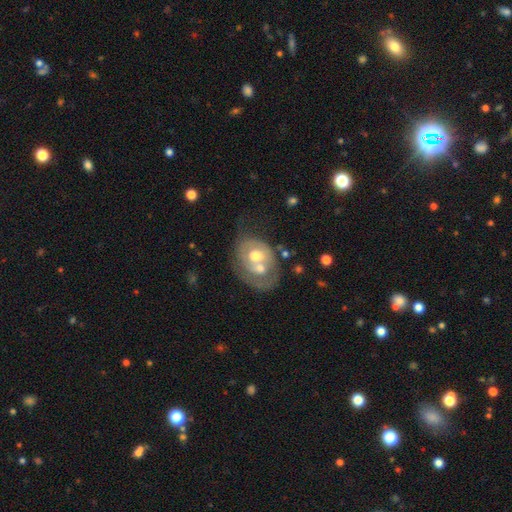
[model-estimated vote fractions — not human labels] Morphology: type=featured or disk (57%); edge-on=no (96%); bar=no (84%); spiral arms=no (63%); bulge=moderate (72%); merging=merger (60%).